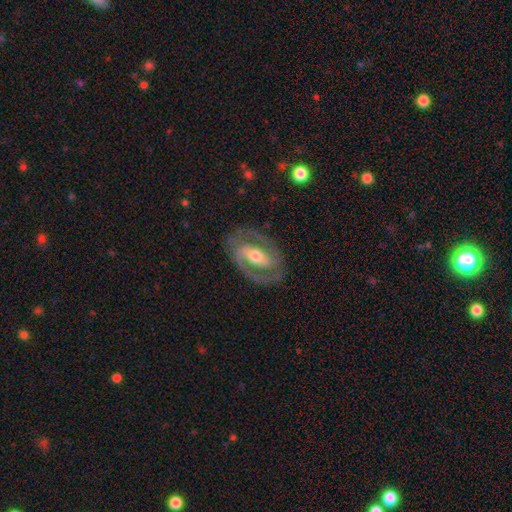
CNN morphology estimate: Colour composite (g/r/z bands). It shows a featured or disk galaxy (86%) with a strong bar (42%), 2 (89%) medium (47%) spiral arms (91%) and a moderate central bulge (64%). Merging: none (83%).